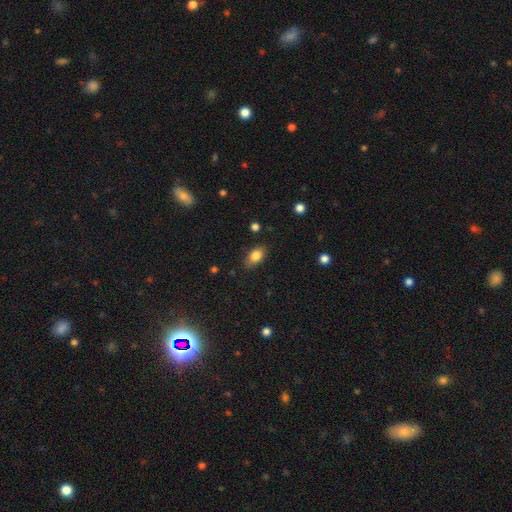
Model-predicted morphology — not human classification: type=smooth (83%); roundness=in between (83%); merging=none (80%).